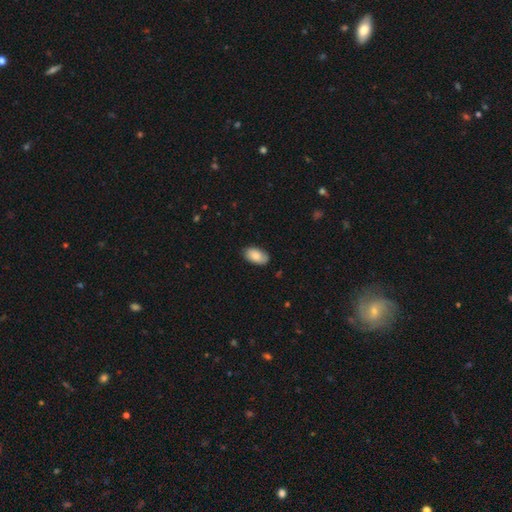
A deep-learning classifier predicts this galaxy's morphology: Smooth or featured: smooth — 83% (featured or disk — 11%)
How rounded: in between — 94% (round — 4%)
Merging: none — 84% (minor disturbance — 13%)